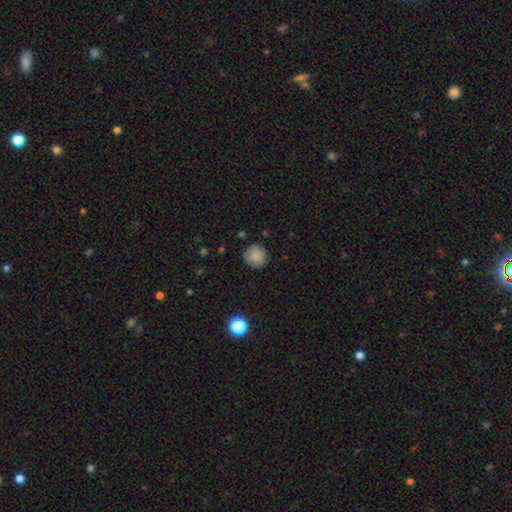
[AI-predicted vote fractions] Smooth or featured?
  - smooth: 85% *
  - star or artifact: 9%
  - featured or disk: 6%
How rounded?
  - round: 94% *
  - in between: 5%
  - cigar-shaped: 1%
Merging?
  - none: 86% *
  - minor disturbance: 10%
  - major disturbance: 2%
  - merger: 1%